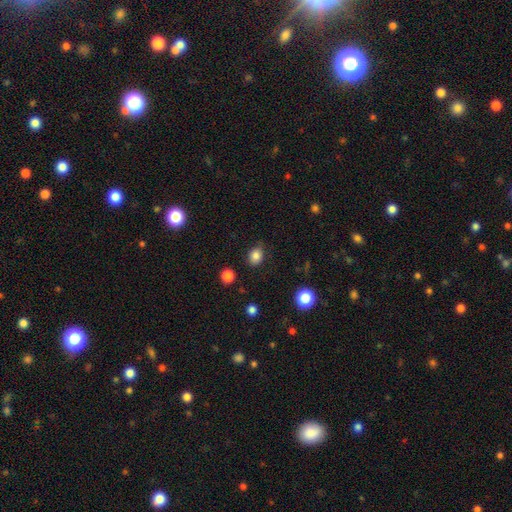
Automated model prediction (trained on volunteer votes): Smooth or featured? Predicted: smooth (p=0.83). How rounded? Predicted: in between (p=0.53). Merging? Predicted: none (p=0.79).